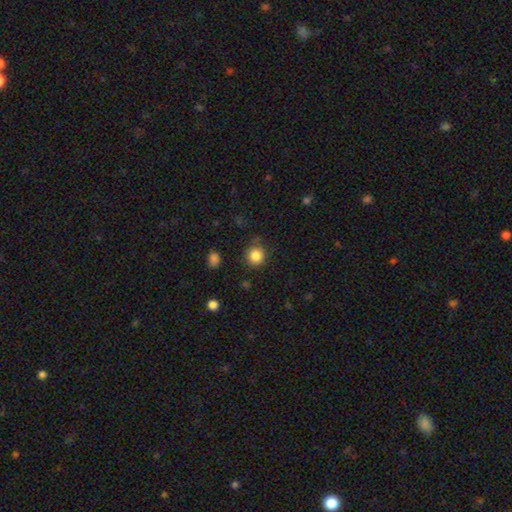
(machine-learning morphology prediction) Q: Smooth or featured?
A: smooth (85%); runner-up: star or artifact (11%)
Q: How rounded?
A: round (89%); runner-up: in between (10%)
Q: Merging?
A: none (83%); runner-up: minor disturbance (11%)